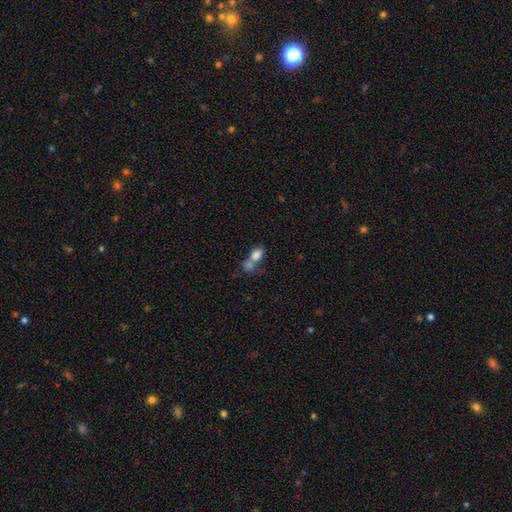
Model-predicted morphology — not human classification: smooth-or-featured: smooth: 79% | featured or disk: 12% | star or artifact: 9%
  how-rounded: in between: 82% | round: 14% | cigar-shaped: 4%
  merging: merger: 61% | none: 26% | minor disturbance: 8% | major disturbance: 5%